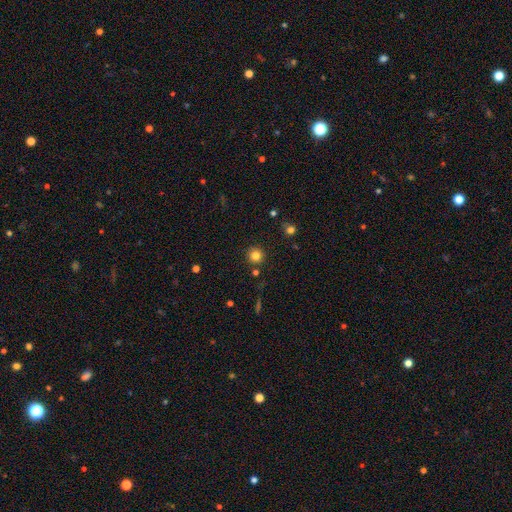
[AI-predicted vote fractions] smooth 81%, star or artifact 13%, featured or disk 6%. Down the decision tree: how rounded — round (94%); merging — none (88%).